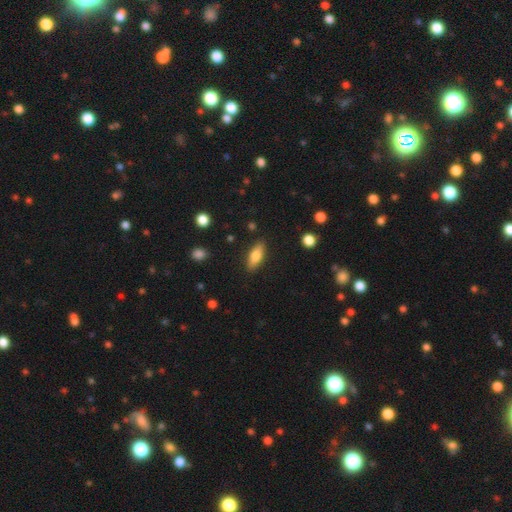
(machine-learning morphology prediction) type=smooth (69%); roundness=in between (66%); merging=none (86%).